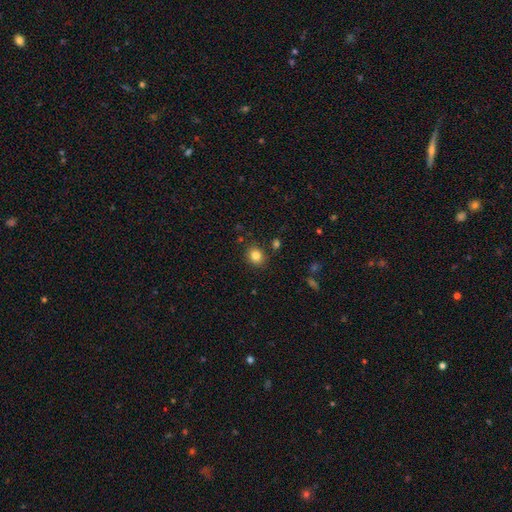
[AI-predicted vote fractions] Smooth or featured?
  - smooth: 83% *
  - star or artifact: 11%
  - featured or disk: 6%
How rounded?
  - round: 68% *
  - in between: 31%
  - cigar-shaped: 1%
Merging?
  - none: 85% *
  - minor disturbance: 9%
  - merger: 3%
  - major disturbance: 3%